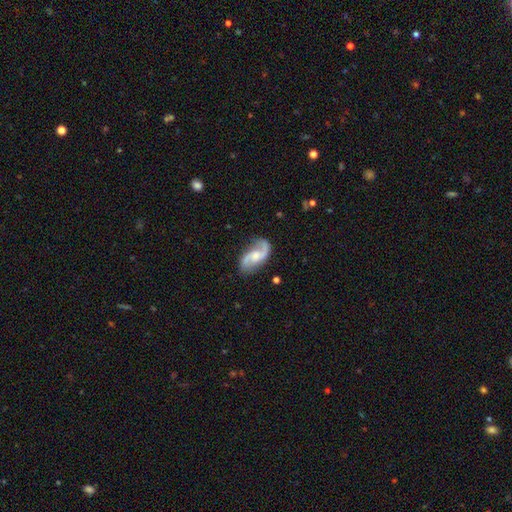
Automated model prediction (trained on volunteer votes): smooth-or-featured: featured or disk: 85% | smooth: 10% | star or artifact: 5%
  disk-edge-on: no: 97% | yes: 3%
    bar: no: 48% | weak: 42% | strong: 9%
    has-spiral-arms: yes: 96% | no: 4%
      spiral-winding: loose: 55% | medium: 37% | tight: 9%
      spiral-arm-count: 2: 90% | 1: 4% | can't tell: 3% | 3: 1% | 4: 1% | more than 4: 1%
    bulge-size: moderate: 51% | small: 31% | none: 10% | large: 8% | dominant: 1%
  merging: none: 73% | minor disturbance: 18% | major disturbance: 7% | merger: 2%